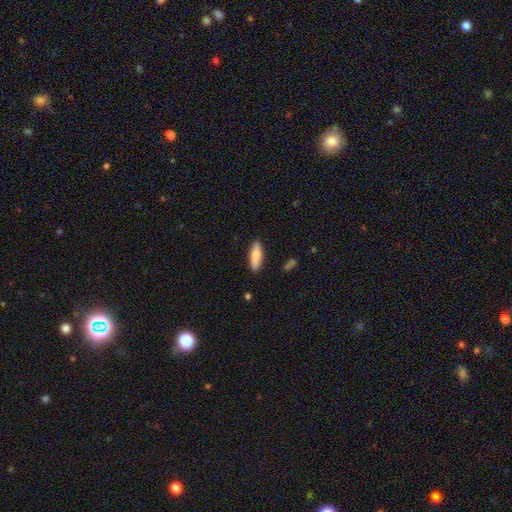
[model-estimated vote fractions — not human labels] A smooth galaxy with no disk features (83%) that is in between round and cigar-shaped (57%).

Vote fractions:
- Smooth or featured? smooth: 83% / featured or disk: 11% / star or artifact: 6%
- How rounded? in between: 57% / cigar-shaped: 41% / round: 2%
- Merging? none: 88% / minor disturbance: 9% / major disturbance: 2% / merger: 1%